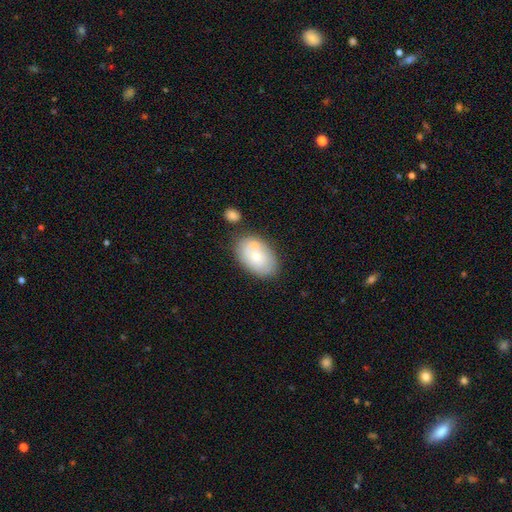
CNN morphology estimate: Overall: smooth (65%; featured or disk 28%). How rounded: in between (90%). Merging: none (67%).